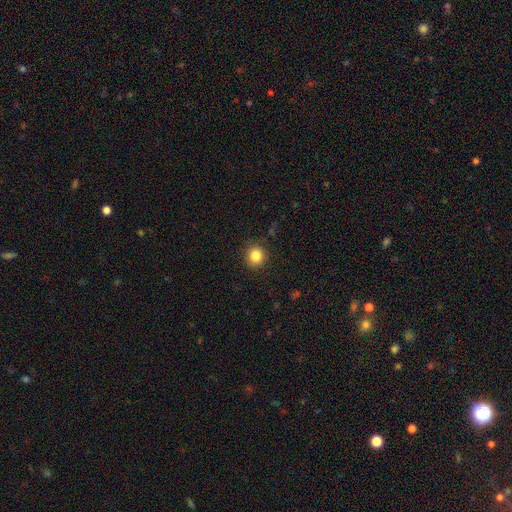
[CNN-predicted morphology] smooth_or_featured: smooth (p=0.85) [alt: star or artifact p=0.11]
how_rounded: round (p=0.90) [alt: in between p=0.09]
merging: none (p=0.89) [alt: minor disturbance p=0.07]